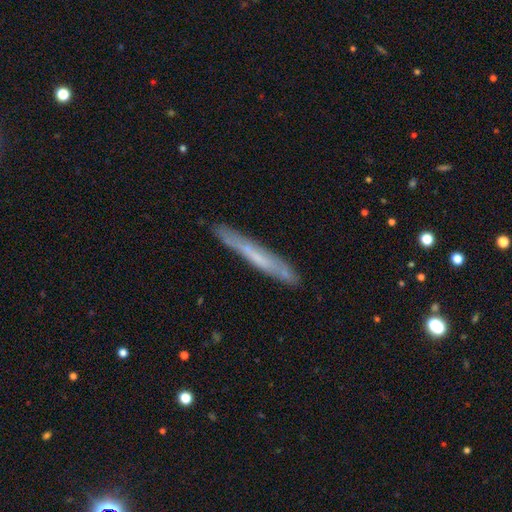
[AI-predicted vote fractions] Smooth or featured? Predicted: featured or disk (p=0.47). Merging? Predicted: none (p=0.84).